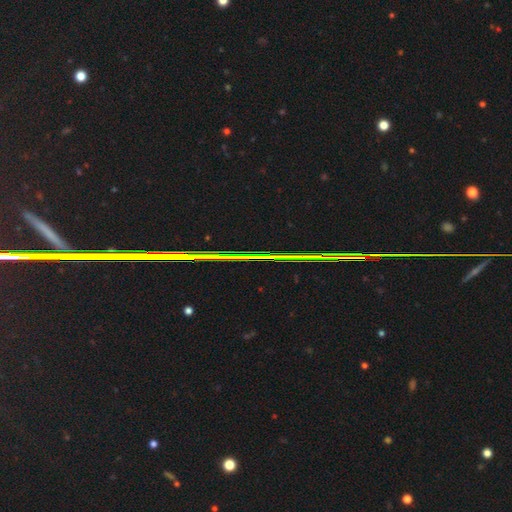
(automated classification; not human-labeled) A star or artifact, not a galaxy (86%).